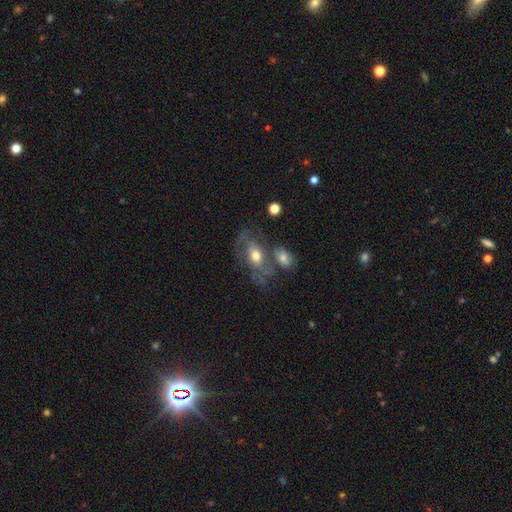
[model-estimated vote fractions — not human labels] smooth_or_featured: featured or disk (p=0.51) [alt: smooth p=0.41]
disk_edge_on: no (p=0.91) [alt: yes p=0.09]
merging: none (p=0.42) [alt: merger p=0.24]